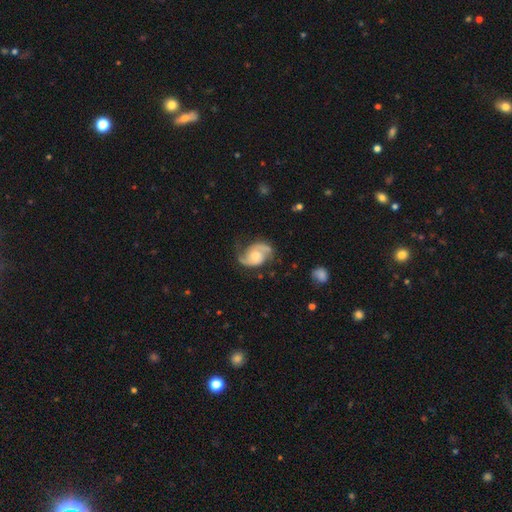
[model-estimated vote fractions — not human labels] smooth-or-featured: featured or disk: 87% | smooth: 8% | star or artifact: 5%
  disk-edge-on: no: 98% | yes: 2%
    bar: no: 63% | weak: 31% | strong: 6%
    has-spiral-arms: yes: 97% | no: 3%
      spiral-winding: medium: 53% | loose: 27% | tight: 20%
      spiral-arm-count: 2: 92% | can't tell: 3% | 1: 2% | 3: 1% | 4: 1% | more than 4: 1%
    bulge-size: moderate: 48% | small: 33% | large: 9% | none: 8% | dominant: 2%
  merging: none: 71% | minor disturbance: 19% | major disturbance: 8% | merger: 2%